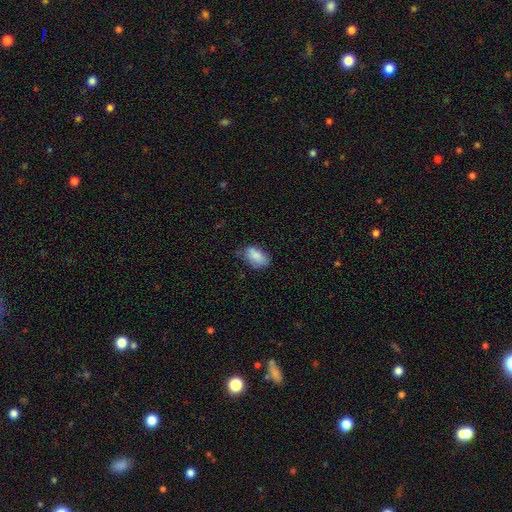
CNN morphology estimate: Q: Smooth or featured?
A: smooth (85%); runner-up: featured or disk (7%)
Q: How rounded?
A: in between (91%); runner-up: round (7%)
Q: Merging?
A: none (59%); runner-up: minor disturbance (32%)